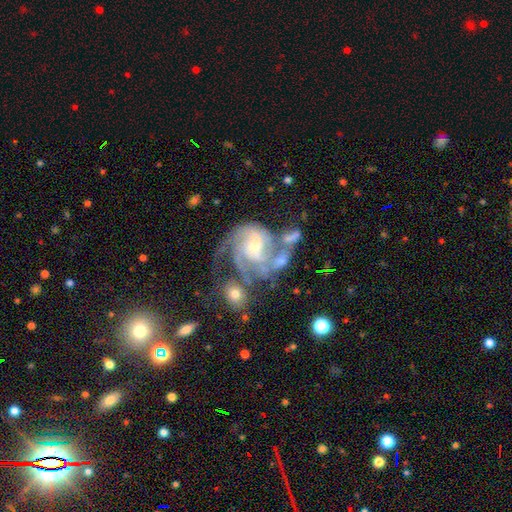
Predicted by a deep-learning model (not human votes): A featured or disk galaxy (86%) with no bar (64%), 3 (34%) tight (49%) spiral arms (95%) and a small central bulge (56%).

Vote fractions:
- Smooth or featured? featured or disk: 86% / smooth: 7% / star or artifact: 6%
- Edge-on disk? no: 98% / yes: 2%
- Bar? no: 64% / weak: 28% / strong: 8%
- Spiral arms? yes: 95% / no: 5%
- Spiral winding? tight: 49% / medium: 39% / loose: 12%
- Spiral arm count? 3: 34% / 2: 22% / can't tell: 20% / 4: 12% / 1: 6% / more than 4: 6%
- Bulge size? small: 56% / moderate: 39% / large: 2% / none: 2% / dominant: 1%
- Merging? none: 30% / major disturbance: 27% / merger: 26% / minor disturbance: 17%